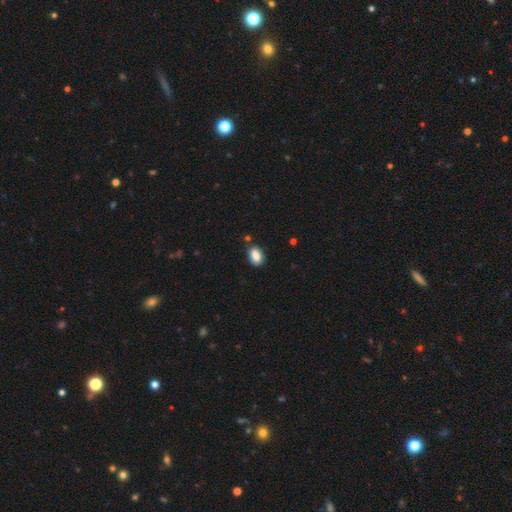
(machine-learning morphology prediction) Smooth or featured: smooth — 87% (star or artifact — 8%)
How rounded: in between — 86% (round — 12%)
Merging: none — 80% (minor disturbance — 13%)